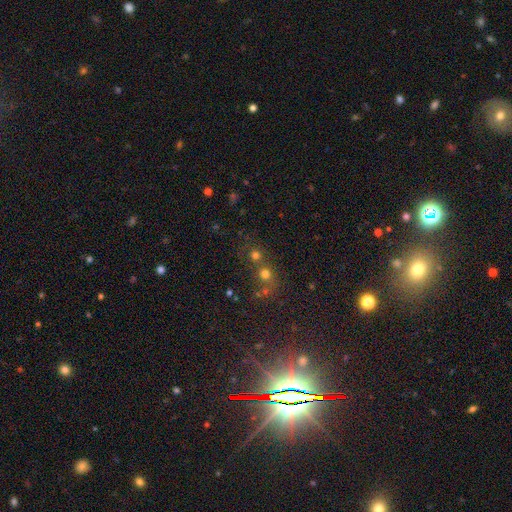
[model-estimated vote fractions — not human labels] A smooth galaxy with no disk features (58%) that is round (89%). Merging: none (56%).